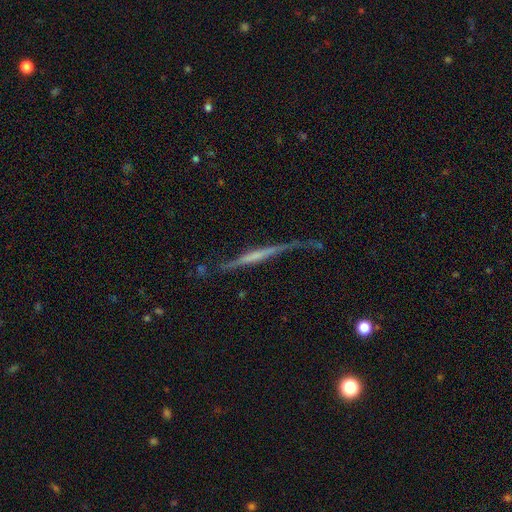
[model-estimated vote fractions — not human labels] Smooth or featured? featured or disk (70%)
Edge-on disk? yes (91%)
Edge-on bulge? none (56%)
Merging? none (52%)